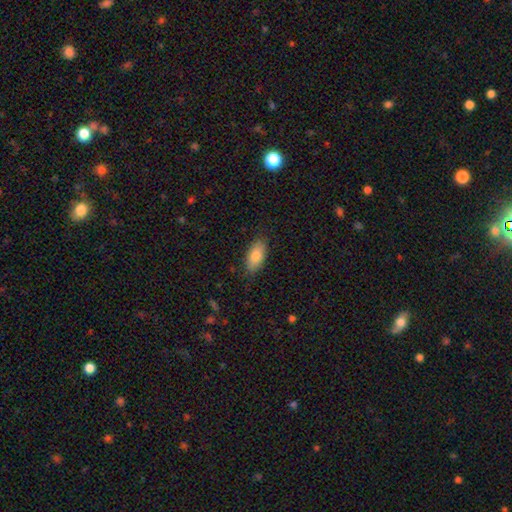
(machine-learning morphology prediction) A smooth galaxy with no disk features (81%) that is in between round and cigar-shaped (89%).

Vote fractions:
- Smooth or featured? smooth: 81% / featured or disk: 12% / star or artifact: 7%
- How rounded? in between: 89% / cigar-shaped: 8% / round: 3%
- Merging? none: 84% / minor disturbance: 13% / major disturbance: 3% / merger: 1%